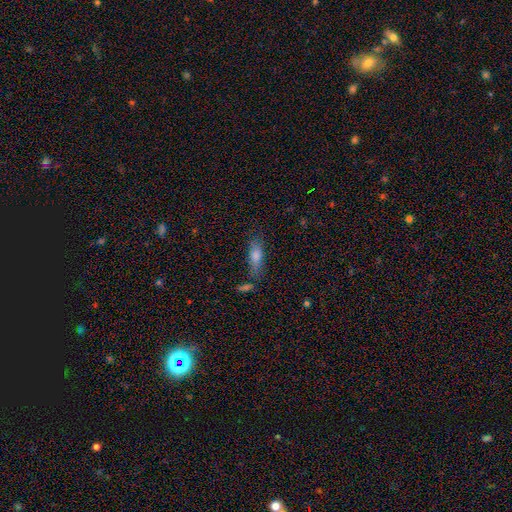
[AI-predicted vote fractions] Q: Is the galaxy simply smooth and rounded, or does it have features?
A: smooth — 71%.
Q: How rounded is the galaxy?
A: in between — 58%.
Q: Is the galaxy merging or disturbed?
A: none — 68%.